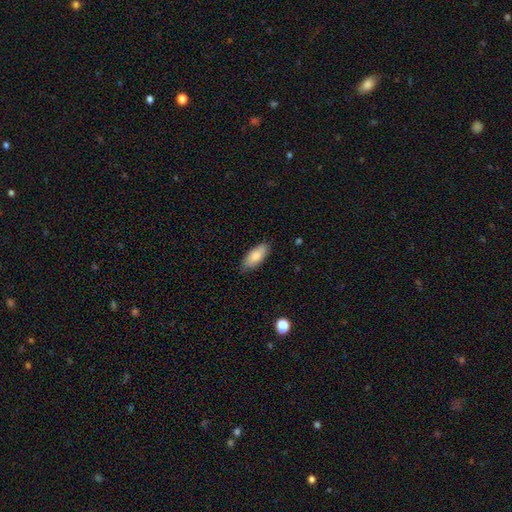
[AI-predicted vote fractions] A smooth galaxy with no disk features (83%) that is in between round and cigar-shaped (83%). Merging: none (84%).